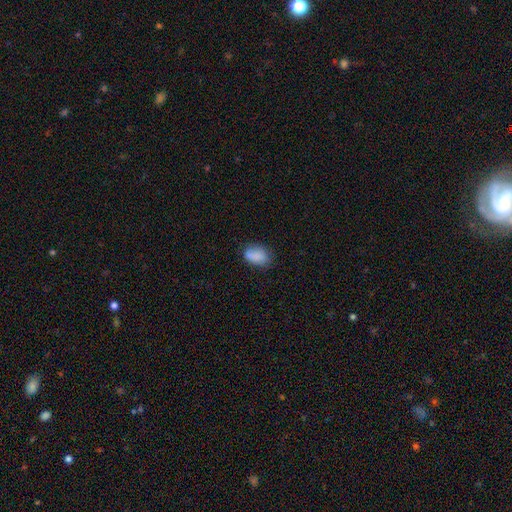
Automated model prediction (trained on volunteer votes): This appears to be a smooth galaxy with no disk features (83%) that is in between round and cigar-shaped (86%). Merging: none (68%).